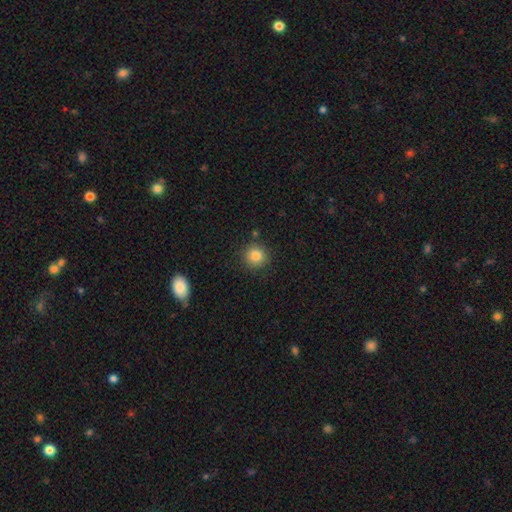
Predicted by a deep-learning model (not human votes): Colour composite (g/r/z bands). It shows a smooth galaxy with no disk features (83%) that is round (93%). Merging: none (88%).